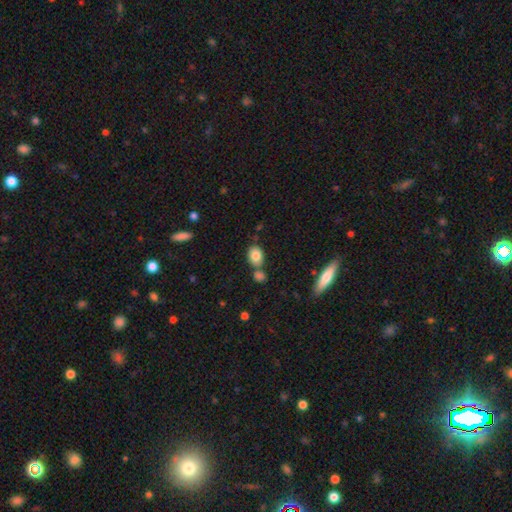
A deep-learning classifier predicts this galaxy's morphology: smooth_or_featured: smooth (p=0.82) [alt: featured or disk p=0.09]
how_rounded: in between (p=0.69) [alt: round p=0.29]
merging: none (p=0.63) [alt: merger p=0.21]